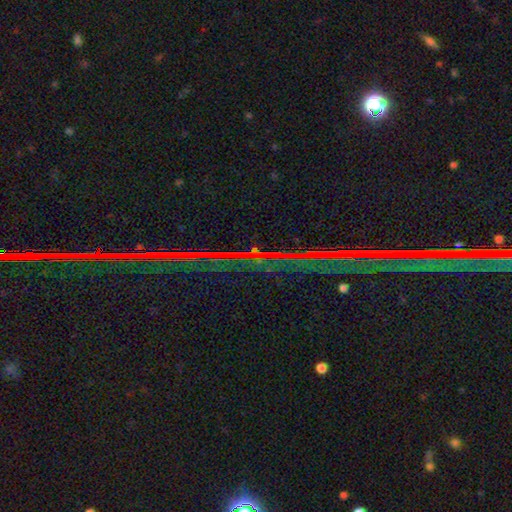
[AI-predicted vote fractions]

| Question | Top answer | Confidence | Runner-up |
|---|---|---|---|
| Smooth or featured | star or artifact | 85% | featured or disk (8%) |